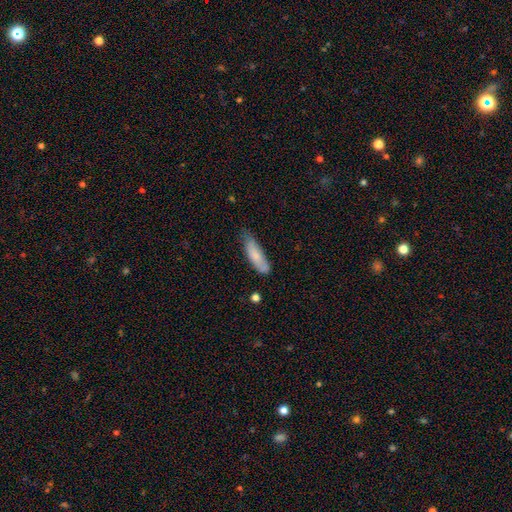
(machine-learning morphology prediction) Overall: smooth (77%). How rounded: cigar-shaped (58%; in between 41%). Merging: none (60%; minor disturbance 31%).